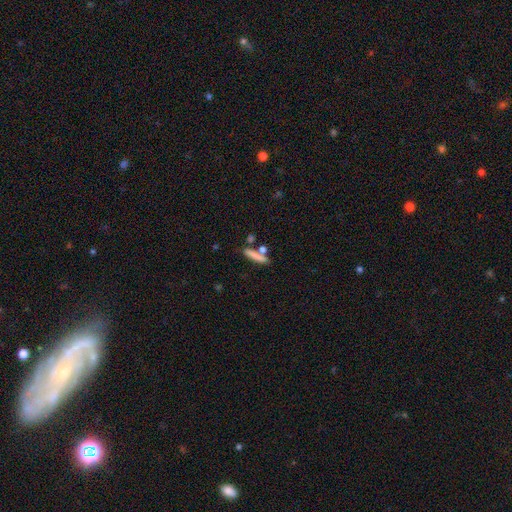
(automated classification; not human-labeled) smooth 76%, featured or disk 16%, star or artifact 8%. Down the decision tree: how rounded — cigar-shaped (82%); merging — none (64%).